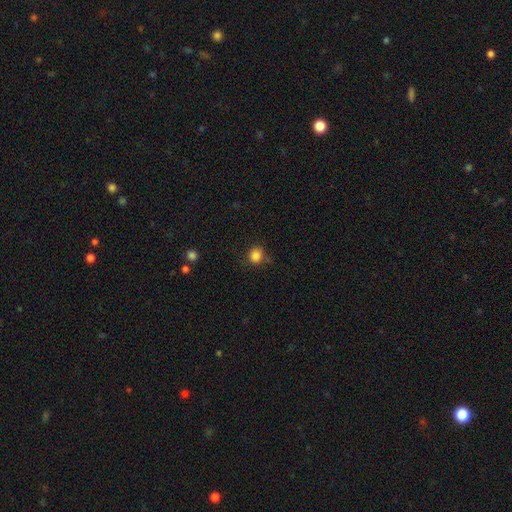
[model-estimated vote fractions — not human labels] Smooth or featured? smooth (85%)
How rounded? round (84%)
Merging? none (79%)